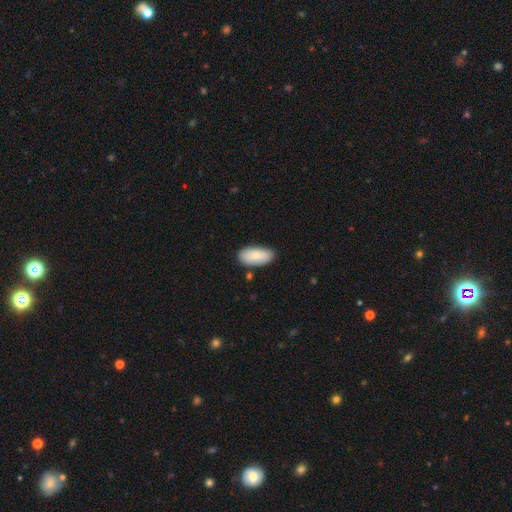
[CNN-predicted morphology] Smooth or featured? smooth (80%)
How rounded? in between (93%)
Merging? none (82%)